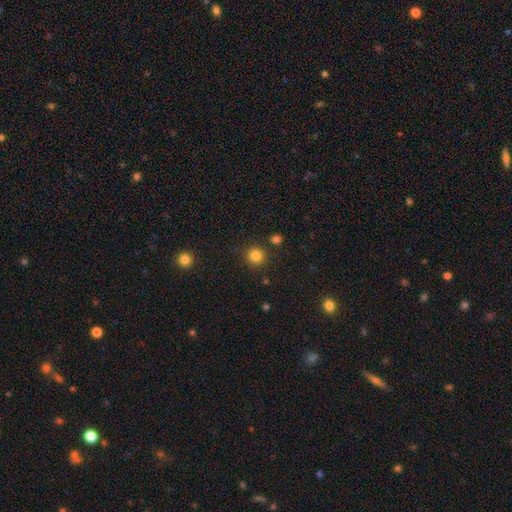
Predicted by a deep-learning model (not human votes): The model was most divided on "smooth or featured": smooth: 83%, star or artifact: 13%, featured or disk: 4%. More confident: how rounded — round (94%); merging — none (87%).